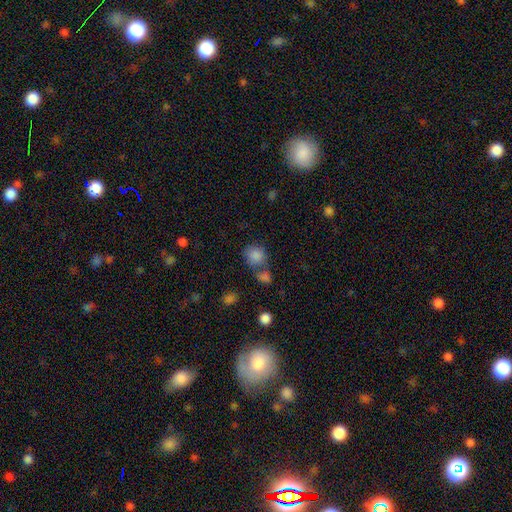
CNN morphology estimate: Smooth or featured?
  - smooth: 84% *
  - star or artifact: 10%
  - featured or disk: 6%
How rounded?
  - round: 71% *
  - in between: 27%
  - cigar-shaped: 1%
Merging?
  - none: 46% *
  - merger: 37%
  - minor disturbance: 12%
  - major disturbance: 6%